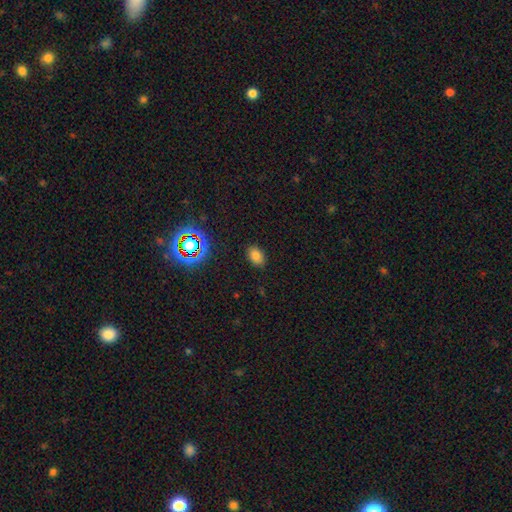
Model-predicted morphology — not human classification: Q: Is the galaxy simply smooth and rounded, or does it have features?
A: smooth — 77%.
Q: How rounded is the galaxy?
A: in between — 84%.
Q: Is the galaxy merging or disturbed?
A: none — 86%.